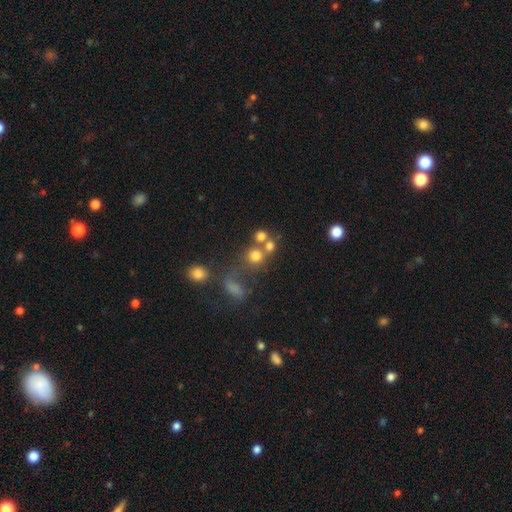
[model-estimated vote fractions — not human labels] Smooth or featured: smooth — 70% (star or artifact — 17%)
How rounded: round — 84% (in between — 15%)
Merging: none — 45% (merger — 38%)